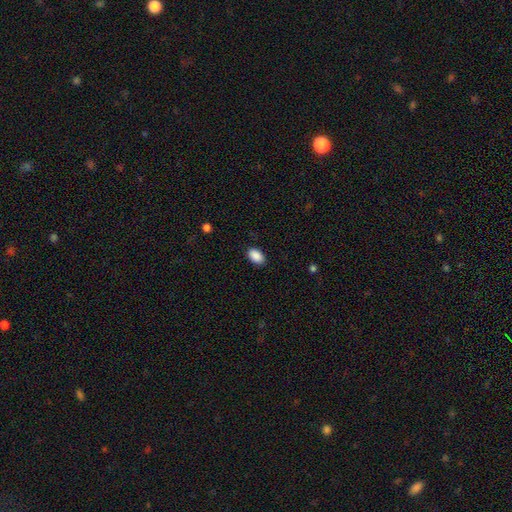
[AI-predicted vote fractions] The model was most divided on "merging": none: 88%, minor disturbance: 9%, major disturbance: 2%, merger: 1%. More confident: how rounded — in between (90%); smooth or featured — smooth (90%).